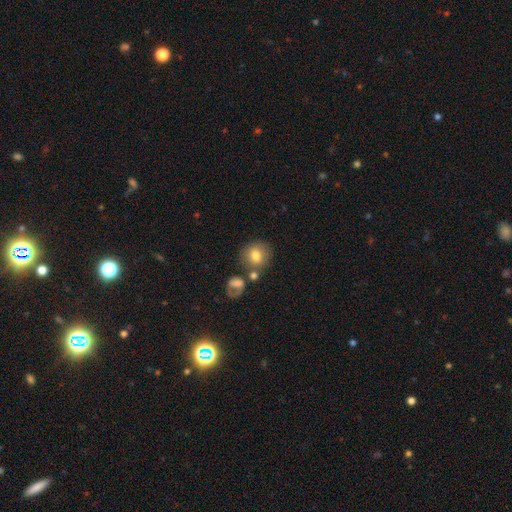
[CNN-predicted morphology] This appears to be a smooth galaxy with no disk features (76%) that is round (81%). Merging: none (63%).